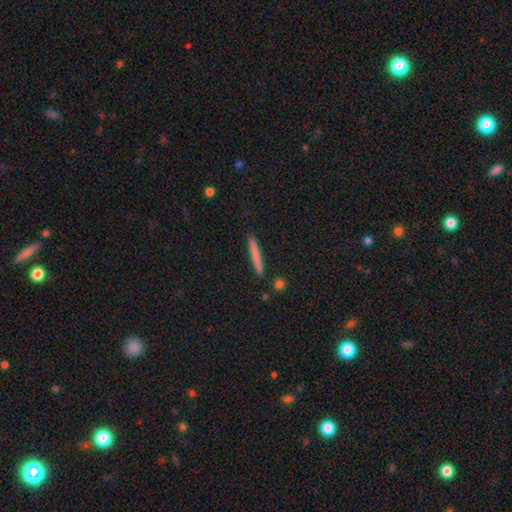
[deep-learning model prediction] A smooth galaxy with no disk features (72%) that is cigar-shaped (96%).

Vote fractions:
- Smooth or featured? smooth: 72% / featured or disk: 21% / star or artifact: 6%
- How rounded? cigar-shaped: 96% / in between: 2% / round: 1%
- Merging? none: 90% / minor disturbance: 6% / merger: 2% / major disturbance: 1%